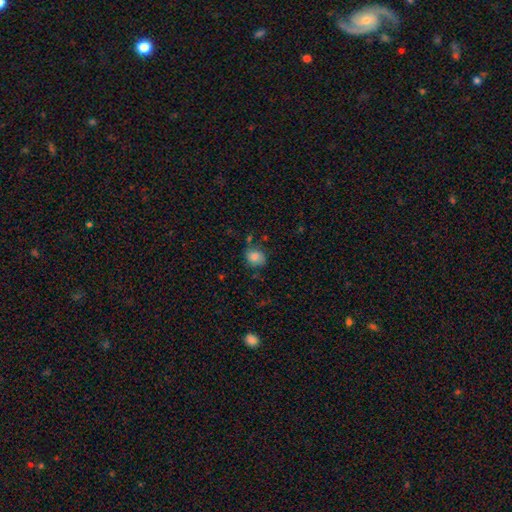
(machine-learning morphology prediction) type=smooth (80%); roundness=round (70%); merging=none (65%).